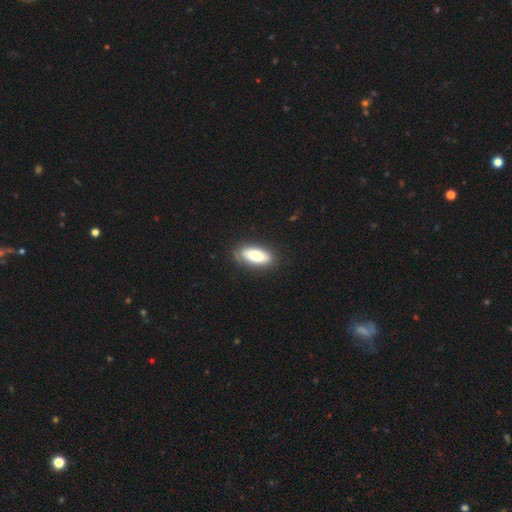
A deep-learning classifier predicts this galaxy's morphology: The model was most divided on "smooth or featured": smooth: 77%, featured or disk: 17%, star or artifact: 6%. More confident: merging — none (83%); how rounded — in between (81%).